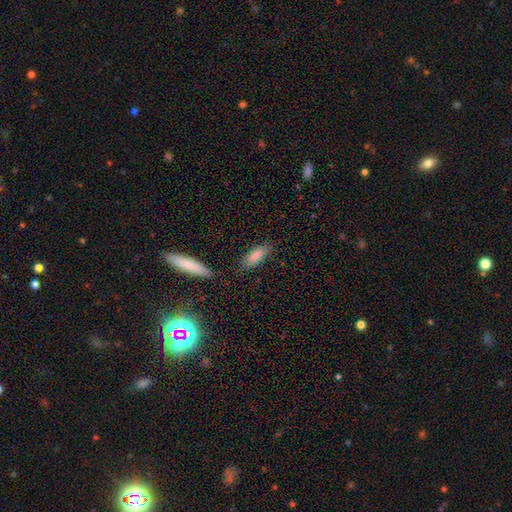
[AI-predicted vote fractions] This is clearly a smooth galaxy (84%). How rounded: likely in between (65%). Merging: likely none (78%).